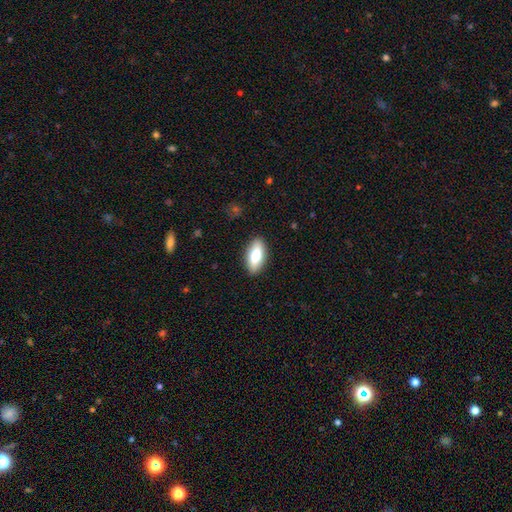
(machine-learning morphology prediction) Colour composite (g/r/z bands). It shows a smooth galaxy with no disk features (70%) that is in between round and cigar-shaped (84%). Merging: none (88%).